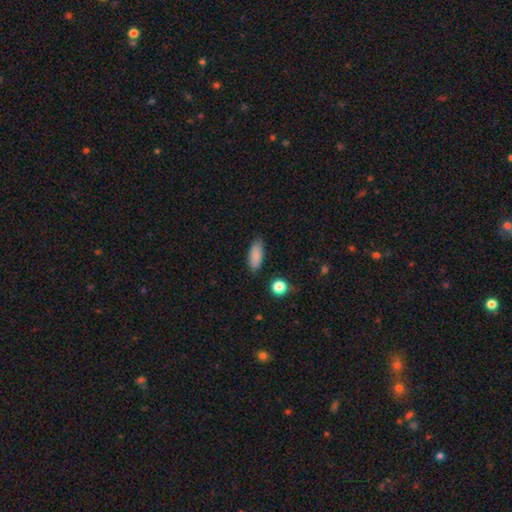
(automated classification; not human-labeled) A smooth galaxy with no disk features (86%) that is in between round and cigar-shaped (77%). Merging: none (83%).